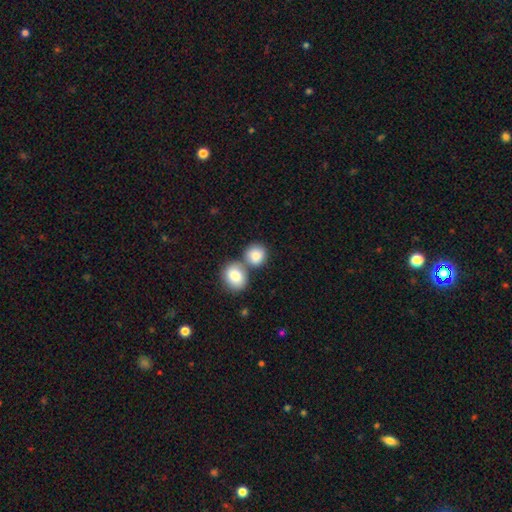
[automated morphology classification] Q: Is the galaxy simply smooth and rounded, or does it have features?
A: smooth — 84%.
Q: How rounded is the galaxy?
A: round — 81%.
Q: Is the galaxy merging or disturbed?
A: none — 46%.